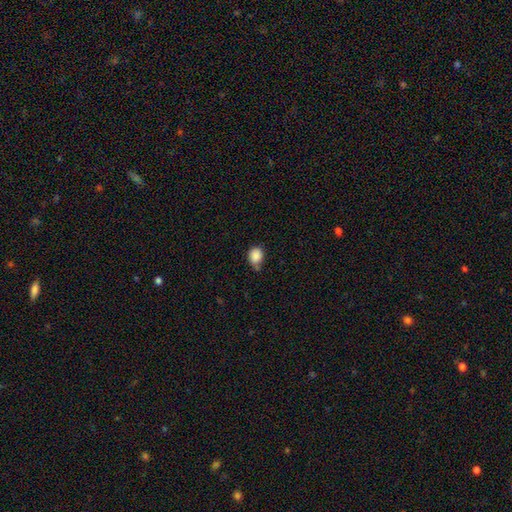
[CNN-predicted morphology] smooth 87%, star or artifact 9%, featured or disk 4%. Down the decision tree: how rounded — round (62%); merging — none (50%).